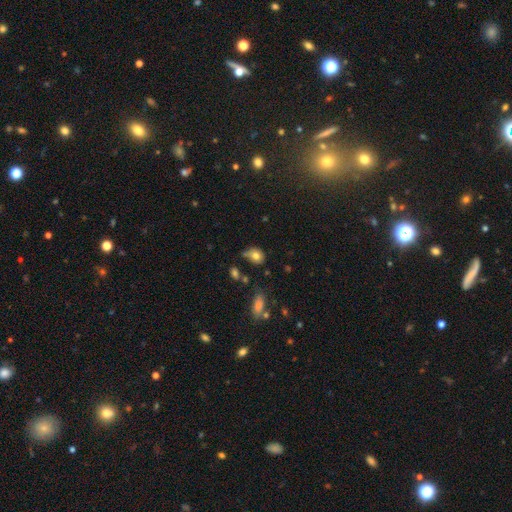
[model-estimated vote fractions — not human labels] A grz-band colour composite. It shows a smooth galaxy with no disk features (76%) that is in between round and cigar-shaped (50%). Merging: none (48%).